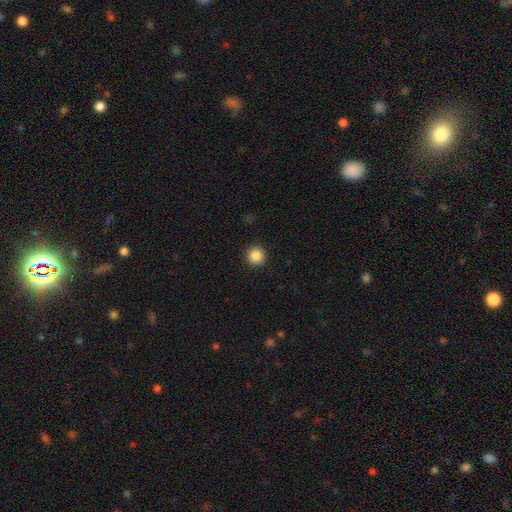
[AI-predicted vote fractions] smooth-or-featured: smooth: 87% | star or artifact: 10% | featured or disk: 3%
  how-rounded: round: 95% | in between: 4% | cigar-shaped: 1%
  merging: none: 93% | minor disturbance: 5% | major disturbance: 2% | merger: 1%